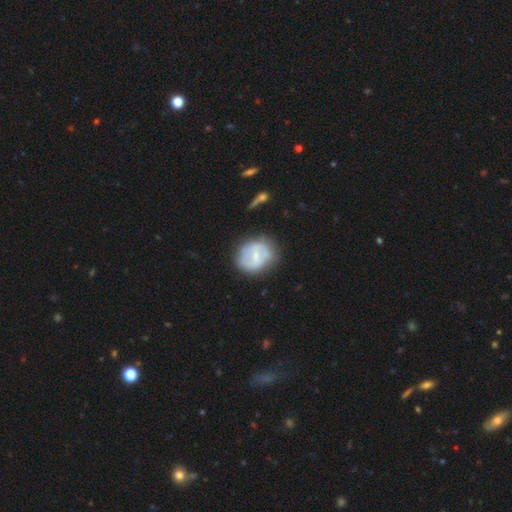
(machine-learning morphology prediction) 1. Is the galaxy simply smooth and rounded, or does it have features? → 53% featured or disk, 41% smooth, 7% star or artifact.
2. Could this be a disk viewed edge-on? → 96% no, 4% yes.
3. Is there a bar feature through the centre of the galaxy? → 49% weak, 28% no, 23% strong.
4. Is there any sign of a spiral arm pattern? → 51% no, 49% yes.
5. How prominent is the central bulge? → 49% small, 31% moderate, 17% none, 3% large, 1% dominant.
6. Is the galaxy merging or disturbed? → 64% none, 23% minor disturbance, 10% major disturbance, 3% merger.